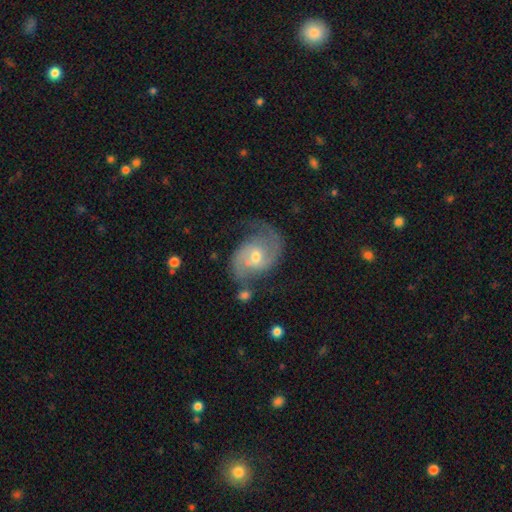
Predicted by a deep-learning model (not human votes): Morphology: type=featured or disk (88%); edge-on=no (98%); bar=no (50%); spiral arms=yes (97%); winding=medium (52%); arm count=2 (89%); bulge=moderate (55%); merging=none (68%).